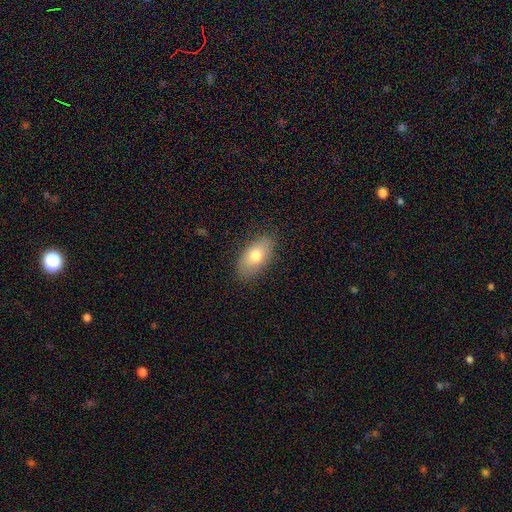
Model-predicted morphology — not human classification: Overall: smooth (74%). How rounded: in between (92%). Merging: none (84%).